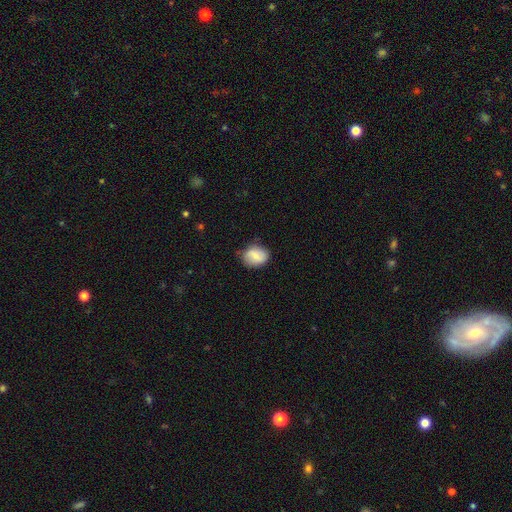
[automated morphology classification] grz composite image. It shows a smooth galaxy with no disk features (70%) that is in between round and cigar-shaped (51%). Merging: none (75%).